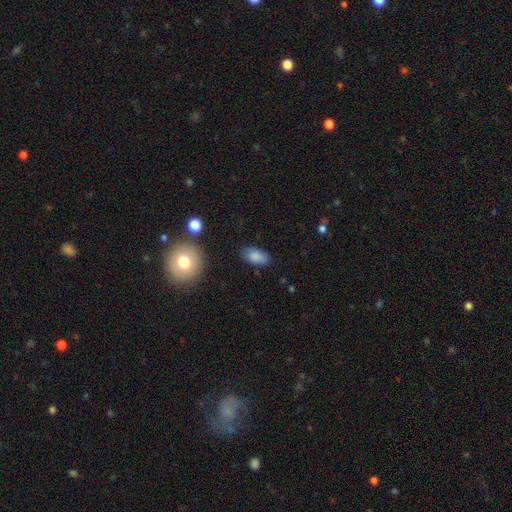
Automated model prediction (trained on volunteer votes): This appears to be a smooth galaxy with no disk features (84%) that is in between round and cigar-shaped (93%). Merging: none (80%).